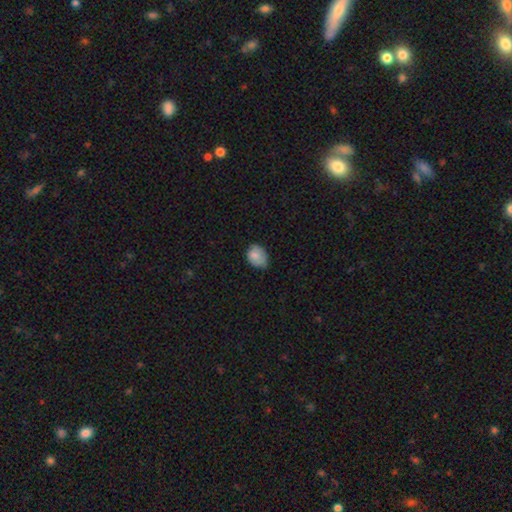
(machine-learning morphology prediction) type=smooth (83%); roundness=in between (68%); merging=none (51%).